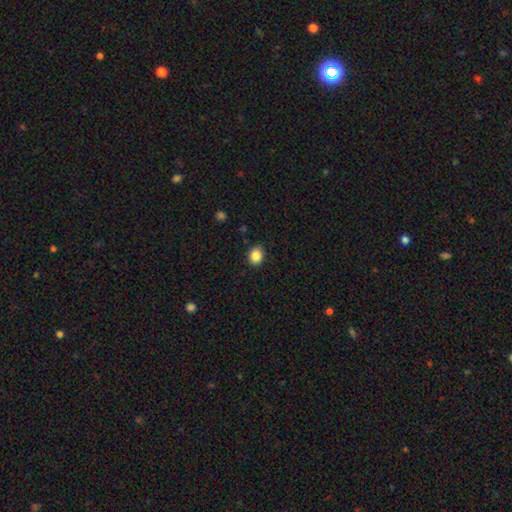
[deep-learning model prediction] smooth-or-featured: smooth: 87% | star or artifact: 9% | featured or disk: 4%
  how-rounded: round: 52% | in between: 47% | cigar-shaped: 1%
  merging: none: 88% | minor disturbance: 9% | major disturbance: 2% | merger: 1%